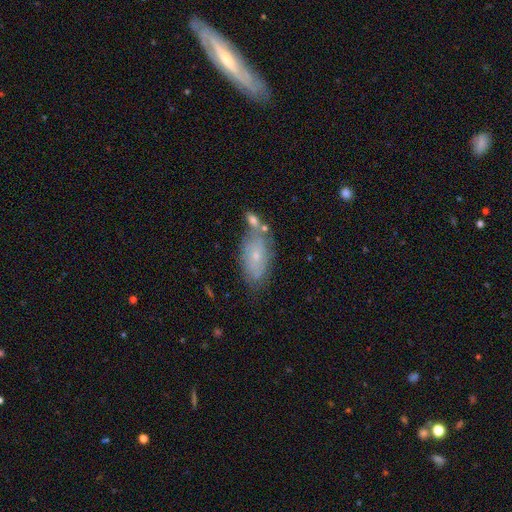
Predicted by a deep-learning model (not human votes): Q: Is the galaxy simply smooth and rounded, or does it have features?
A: smooth — 49%.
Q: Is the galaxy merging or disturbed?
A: none — 55%.